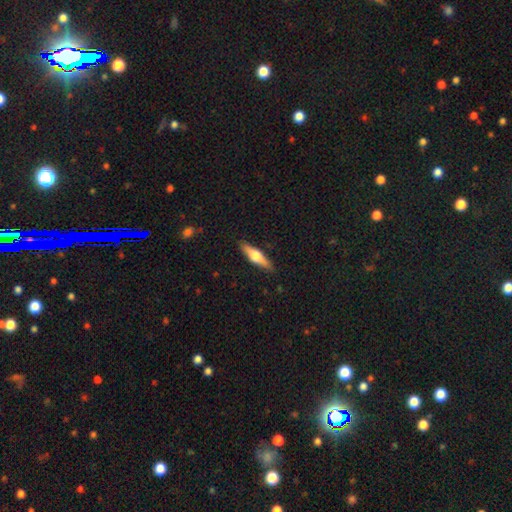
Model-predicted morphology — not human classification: A featured or disk galaxy (52%) viewed edge-on (94%). Merging: none (89%).